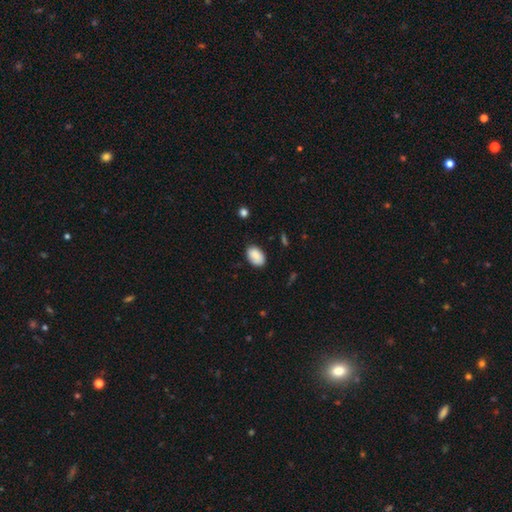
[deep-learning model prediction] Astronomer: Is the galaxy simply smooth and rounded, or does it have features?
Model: smooth — 86%.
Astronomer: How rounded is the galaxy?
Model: in between — 90%.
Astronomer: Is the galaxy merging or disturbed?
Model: none — 80%.